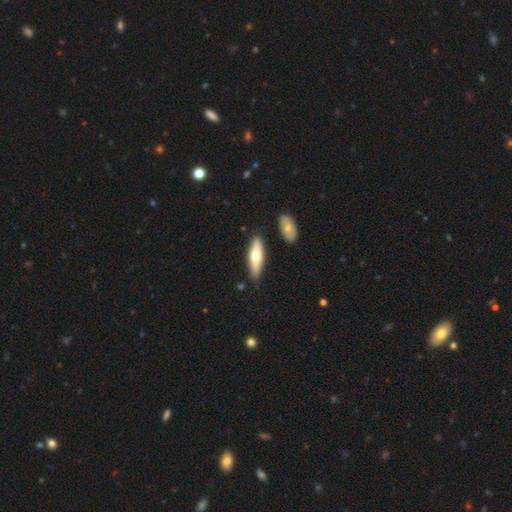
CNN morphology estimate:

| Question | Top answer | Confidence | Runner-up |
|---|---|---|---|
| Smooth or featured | smooth | 56% | featured or disk (39%) |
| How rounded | cigar-shaped | 63% | in between (35%) |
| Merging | none | 84% | minor disturbance (10%) |